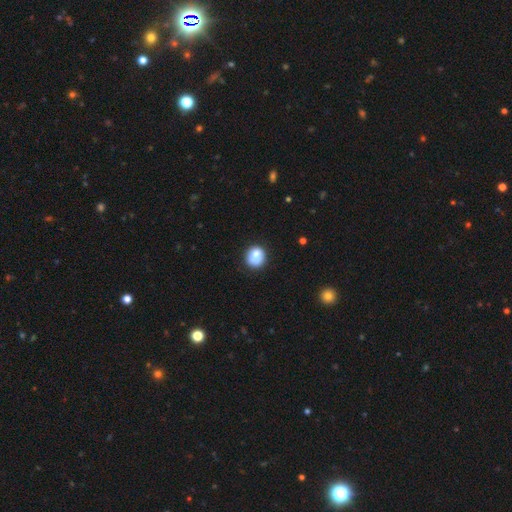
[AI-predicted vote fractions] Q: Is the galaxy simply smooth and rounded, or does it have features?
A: smooth — 77%.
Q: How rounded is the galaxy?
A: round — 81%.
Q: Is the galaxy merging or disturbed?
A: none — 70%.